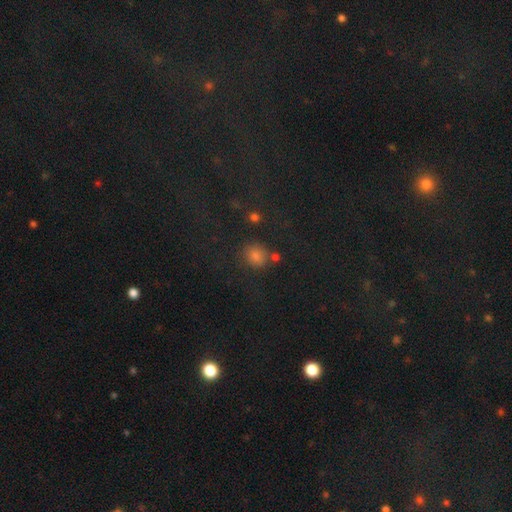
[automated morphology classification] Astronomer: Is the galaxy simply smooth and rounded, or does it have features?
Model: smooth — 68%.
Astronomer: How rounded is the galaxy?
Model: round — 74%.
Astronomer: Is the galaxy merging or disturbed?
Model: none — 73%.